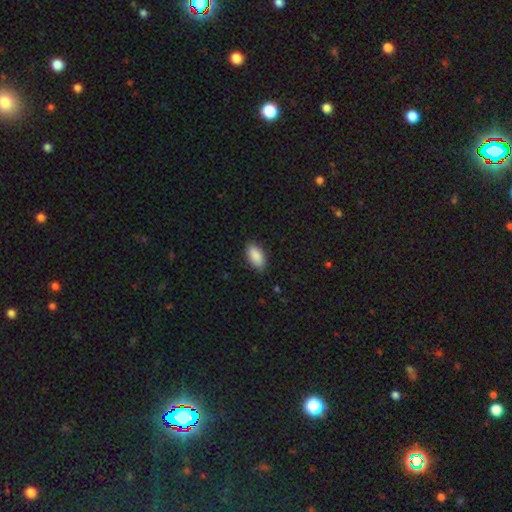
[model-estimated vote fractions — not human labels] A smooth galaxy with no disk features (90%) that is in between round and cigar-shaped (94%). Merging: none (86%).